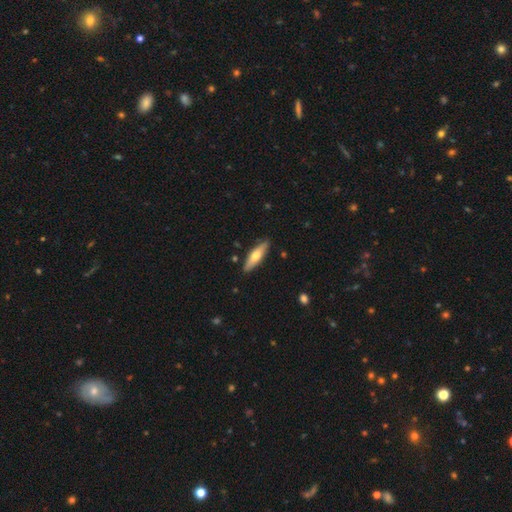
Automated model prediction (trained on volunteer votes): Overall: smooth (55%; featured or disk 40%). How rounded: cigar-shaped (64%; in between 35%). Merging: none (88%).